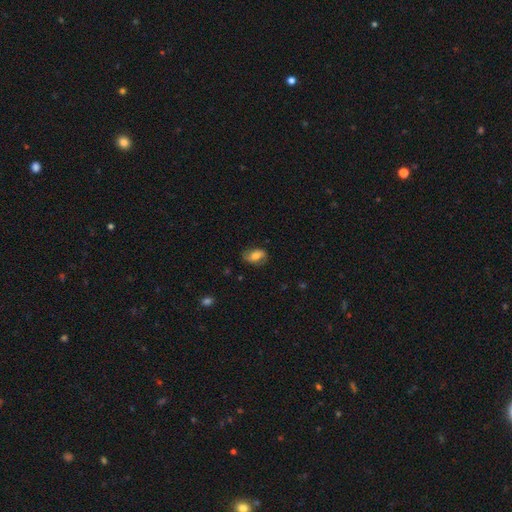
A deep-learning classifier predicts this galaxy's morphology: type=smooth (56%); roundness=in between (85%); merging=none (71%).